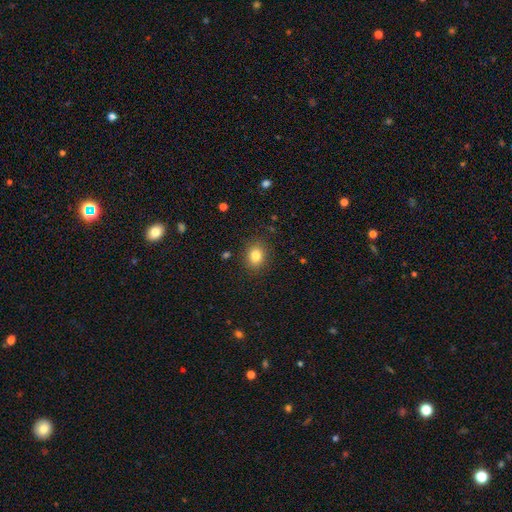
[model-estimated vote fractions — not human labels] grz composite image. It shows a smooth galaxy with no disk features (82%) that is round (58%). Merging: none (86%).